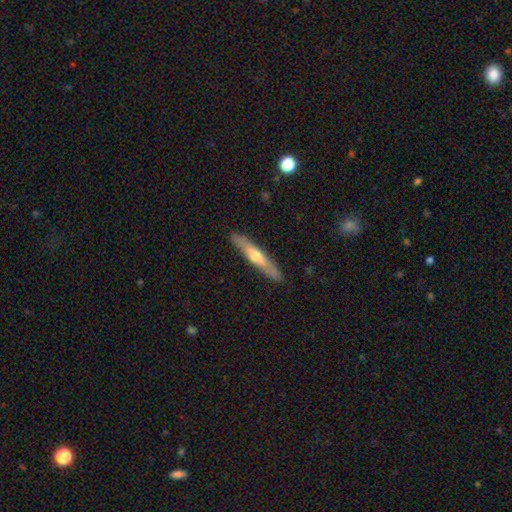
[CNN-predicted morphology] Smooth or featured? Predicted: featured or disk (p=0.51). Edge-on disk? Predicted: yes (p=0.88). Merging? Predicted: none (p=0.90).